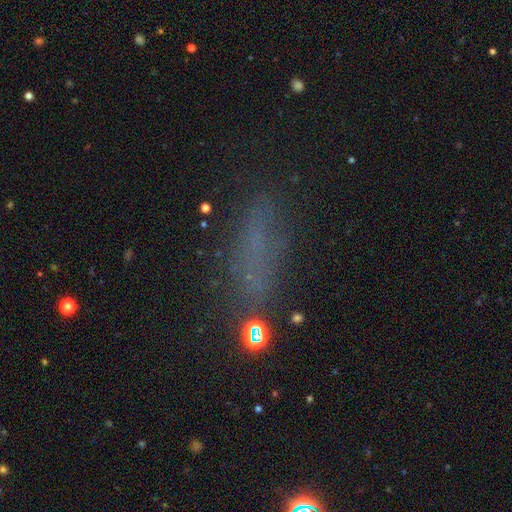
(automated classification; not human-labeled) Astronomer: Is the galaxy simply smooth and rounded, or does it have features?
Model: smooth — 54%.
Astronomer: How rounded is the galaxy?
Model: cigar-shaped — 51% (runner-up: in between, 43%).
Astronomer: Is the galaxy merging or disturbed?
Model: none — 67%.